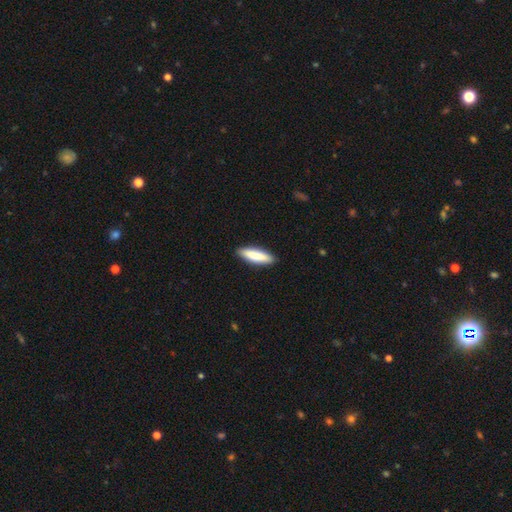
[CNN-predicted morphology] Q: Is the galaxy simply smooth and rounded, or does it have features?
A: smooth — 84%.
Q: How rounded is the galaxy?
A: cigar-shaped — 65%.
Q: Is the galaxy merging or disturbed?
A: none — 90%.